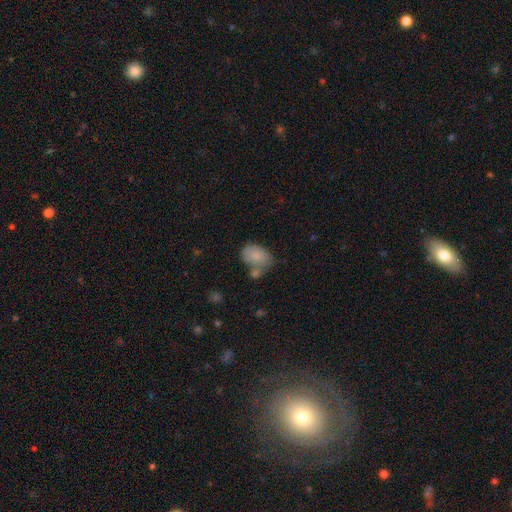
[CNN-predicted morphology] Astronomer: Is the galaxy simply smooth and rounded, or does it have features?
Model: smooth — 82%.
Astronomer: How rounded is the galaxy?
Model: in between — 77%.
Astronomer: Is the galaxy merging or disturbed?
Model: none — 42% (runner-up: merger, 28%).